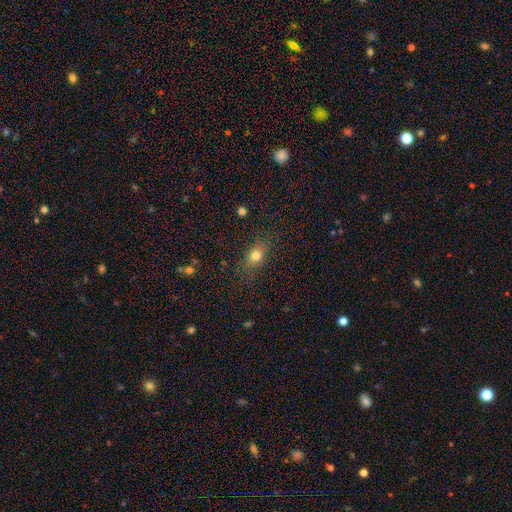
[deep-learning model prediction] Q: Smooth or featured?
A: smooth (76%); runner-up: star or artifact (12%)
Q: How rounded?
A: in between (65%); runner-up: round (28%)
Q: Merging?
A: none (80%); runner-up: minor disturbance (14%)